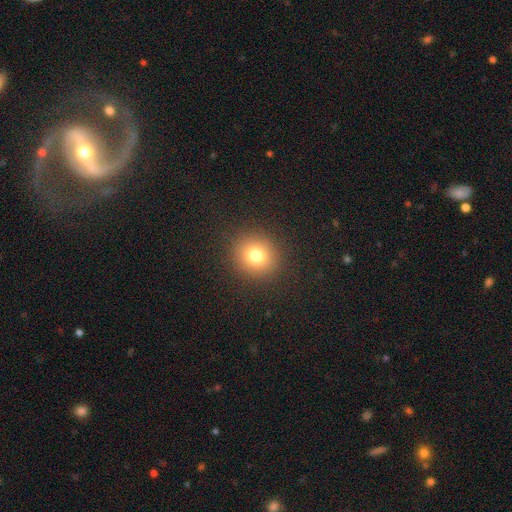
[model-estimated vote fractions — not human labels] Smooth or featured?
  - smooth: 77% *
  - star or artifact: 14%
  - featured or disk: 9%
How rounded?
  - round: 87% *
  - in between: 12%
  - cigar-shaped: 1%
Merging?
  - none: 90% *
  - minor disturbance: 6%
  - major disturbance: 3%
  - merger: 1%